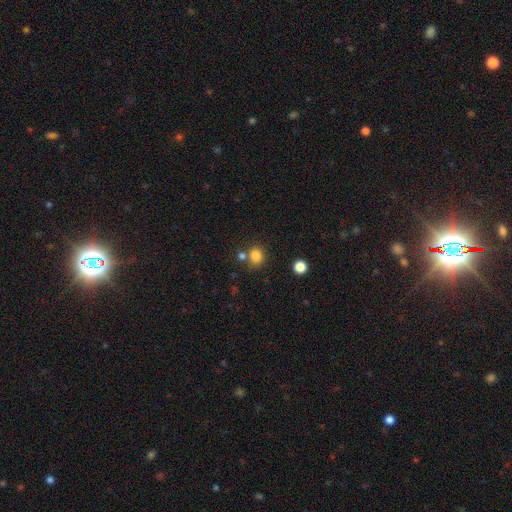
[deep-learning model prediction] smooth-or-featured: smooth: 82% | star or artifact: 13% | featured or disk: 6%
  how-rounded: round: 74% | in between: 25% | cigar-shaped: 1%
  merging: none: 65% | merger: 19% | minor disturbance: 11% | major disturbance: 4%